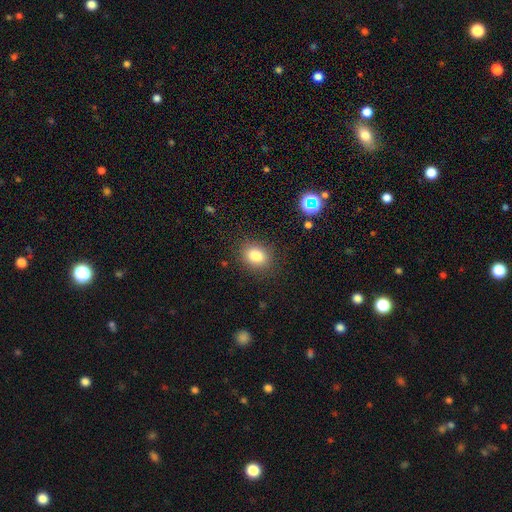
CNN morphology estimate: Smooth or featured: smooth — 81% (star or artifact — 11%)
How rounded: in between — 53% (round — 46%)
Merging: none — 86% (minor disturbance — 9%)